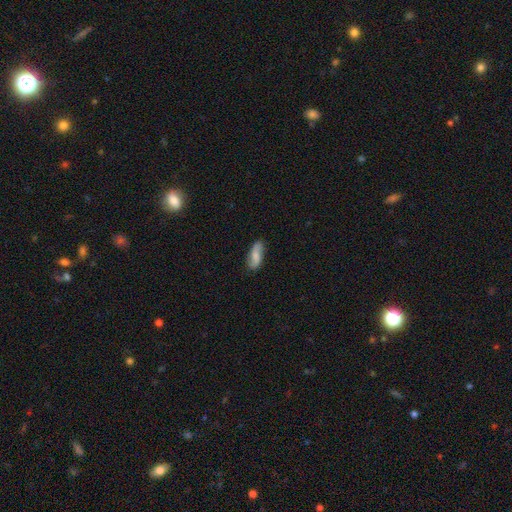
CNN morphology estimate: smooth_or_featured: smooth (p=0.55) [alt: featured or disk p=0.38]
how_rounded: in between (p=0.78) [alt: cigar-shaped p=0.19]
merging: none (p=0.79) [alt: minor disturbance p=0.16]